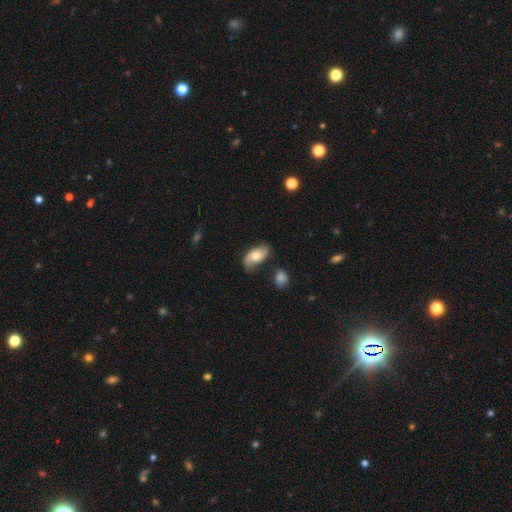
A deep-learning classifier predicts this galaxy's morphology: The model was most divided on "smooth or featured": smooth: 47%, featured or disk: 45%, star or artifact: 7%. More confident: merging — none (61%).